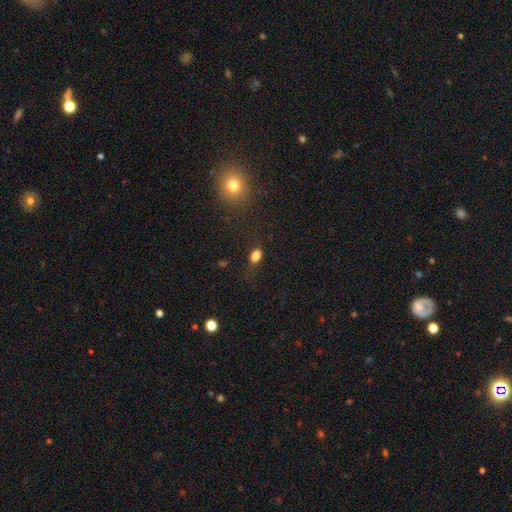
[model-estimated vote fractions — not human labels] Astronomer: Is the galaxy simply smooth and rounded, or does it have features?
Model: smooth — 83%.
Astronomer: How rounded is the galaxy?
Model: in between — 83%.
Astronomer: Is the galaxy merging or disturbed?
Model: none — 70%.